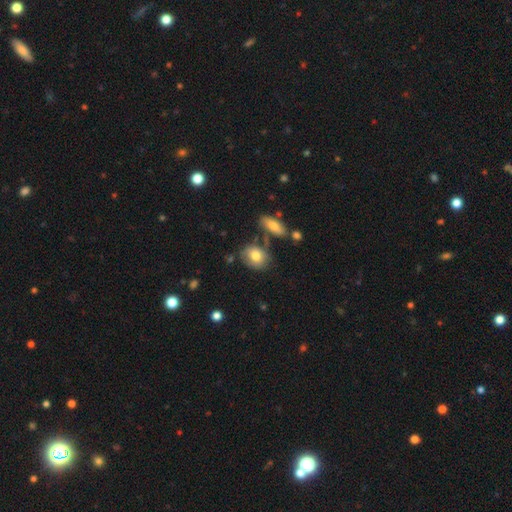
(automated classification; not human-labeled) This appears to be a smooth galaxy with no disk features (76%) that is in between round and cigar-shaped (60%). Merging: none (59%).